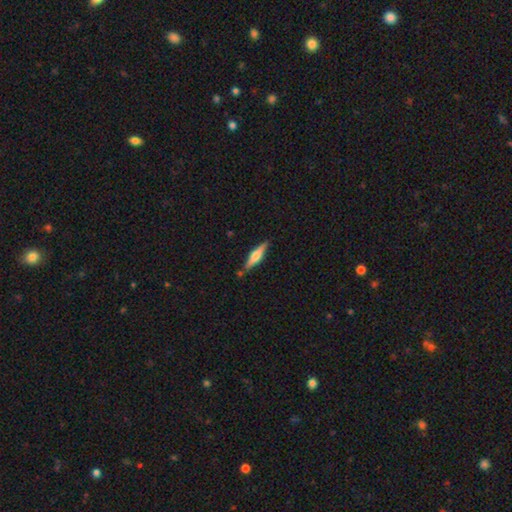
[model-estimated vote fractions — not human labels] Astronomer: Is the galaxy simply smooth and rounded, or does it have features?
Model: featured or disk — 57% (runner-up: smooth, 37%).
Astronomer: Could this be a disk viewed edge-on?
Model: yes — 96%.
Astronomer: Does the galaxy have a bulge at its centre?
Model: rounded — 80%.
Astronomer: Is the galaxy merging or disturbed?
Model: none — 83%.